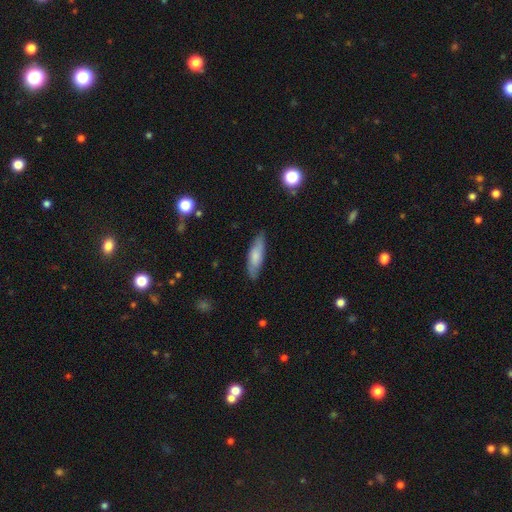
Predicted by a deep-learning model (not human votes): Overall: smooth (71%). How rounded: cigar-shaped (58%; in between 40%). Merging: none (81%).